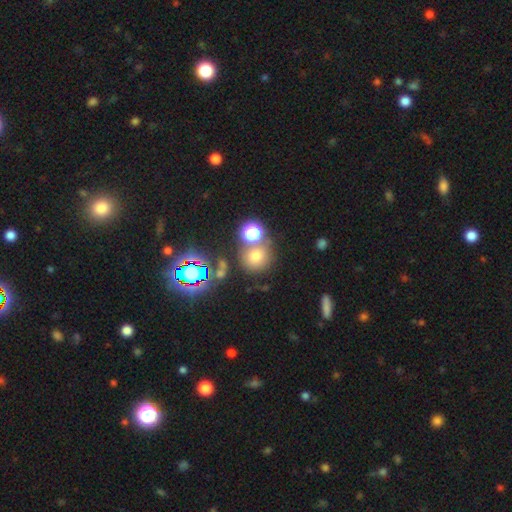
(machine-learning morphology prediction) A smooth galaxy with no disk features (63%) that is round (88%). Merging: none (62%).